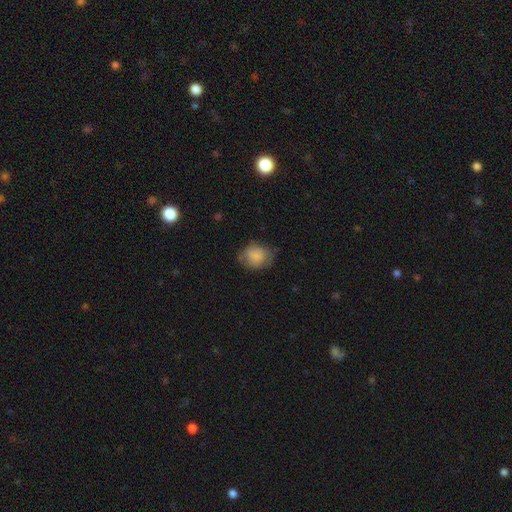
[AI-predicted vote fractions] This appears to be a smooth galaxy with no disk features (77%) that is round (64%). Merging: none (61%).